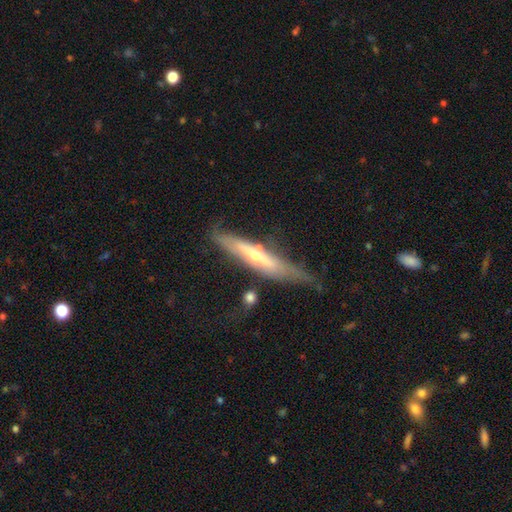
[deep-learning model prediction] Smooth or featured? featured or disk (68%)
Edge-on disk? yes (81%)
Edge-on bulge? rounded (73%)
Merging? none (54%)